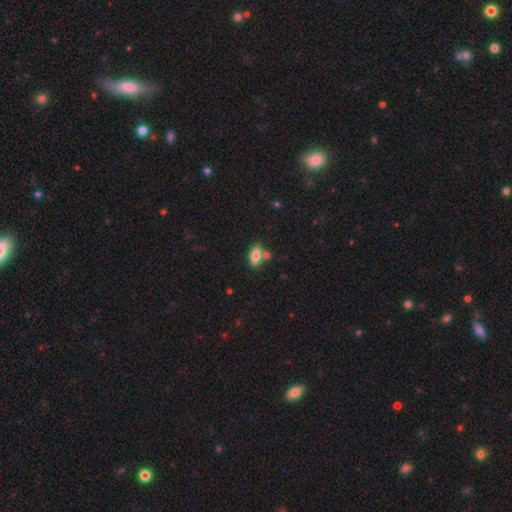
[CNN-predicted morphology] This appears to be a smooth galaxy with no disk features (76%) that is in between round and cigar-shaped (80%). Merging: none (66%).